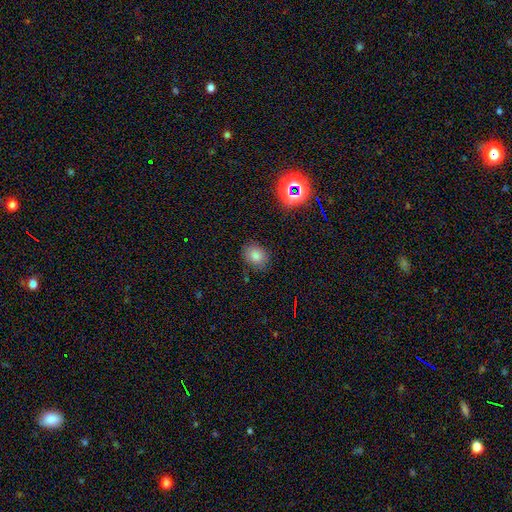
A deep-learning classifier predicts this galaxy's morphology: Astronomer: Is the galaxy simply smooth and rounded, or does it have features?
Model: smooth — 78%.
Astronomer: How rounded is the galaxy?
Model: round — 53% (runner-up: in between, 46%).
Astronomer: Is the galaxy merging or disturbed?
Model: none — 83%.